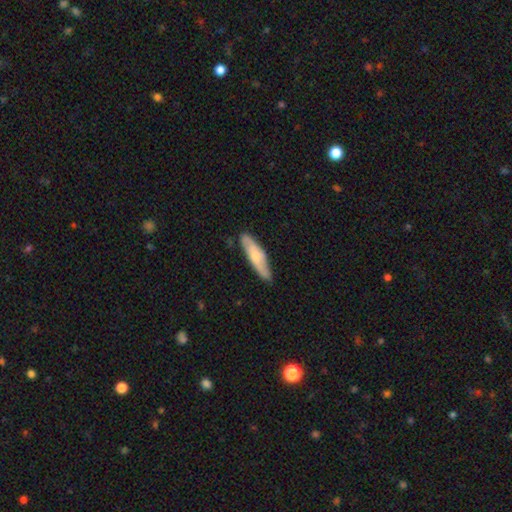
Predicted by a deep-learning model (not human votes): smooth_or_featured: smooth (p=0.59) [alt: featured or disk p=0.35]
how_rounded: cigar-shaped (p=0.71) [alt: in between p=0.27]
merging: none (p=0.82) [alt: minor disturbance p=0.15]